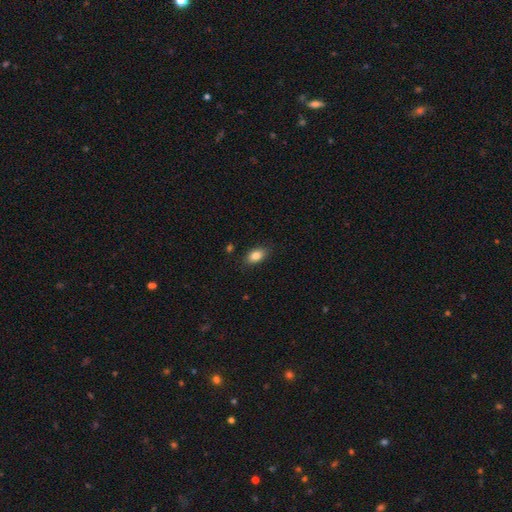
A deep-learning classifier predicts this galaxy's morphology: Overall: smooth (85%). How rounded: in between (90%). Merging: none (86%).